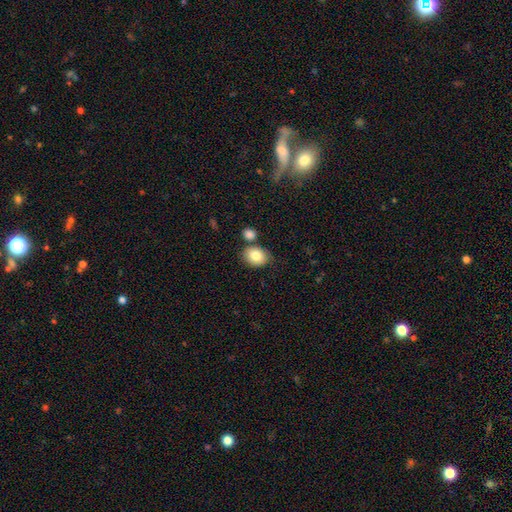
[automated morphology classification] Smooth or featured: smooth — 82% (featured or disk — 10%)
How rounded: in between — 58% (round — 41%)
Merging: none — 68% (merger — 14%)